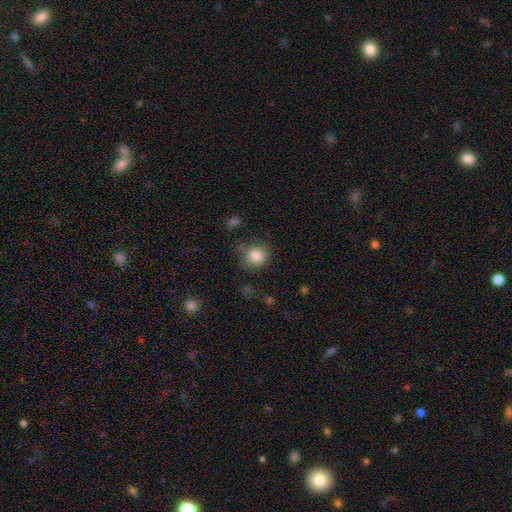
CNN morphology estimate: smooth 84%, star or artifact 10%, featured or disk 6%. Down the decision tree: how rounded — round (79%); merging — none (65%).